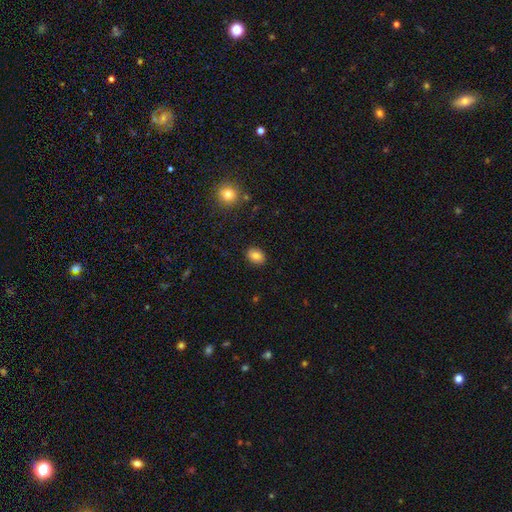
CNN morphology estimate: smooth 85%, star or artifact 9%, featured or disk 6%. Down the decision tree: how rounded — in between (72%); merging — none (89%).